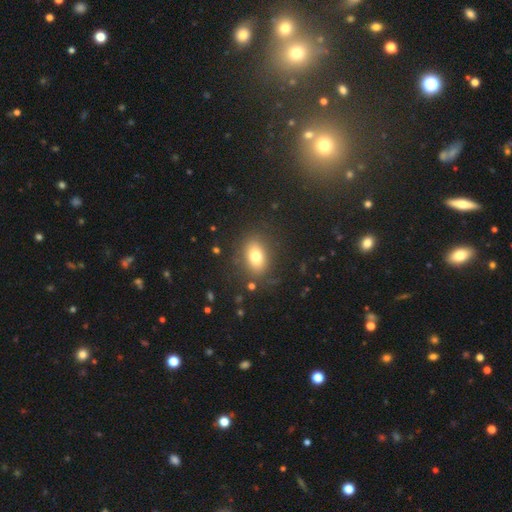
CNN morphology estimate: smooth_or_featured: smooth (p=0.76) [alt: featured or disk p=0.13]
how_rounded: in between (p=0.79) [alt: round p=0.18]
merging: none (p=0.82) [alt: minor disturbance p=0.11]